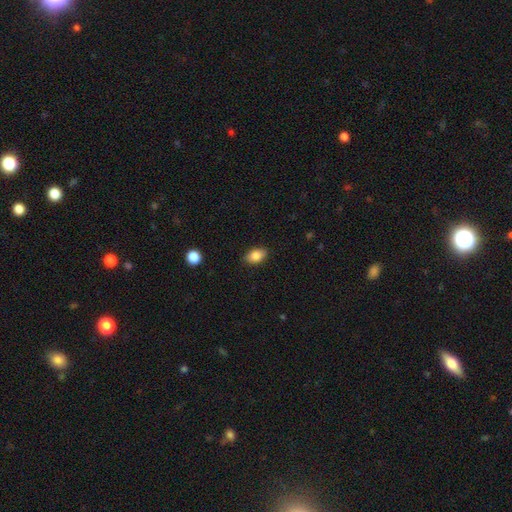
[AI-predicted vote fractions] Overall: smooth (85%). How rounded: in between (89%). Merging: none (86%).